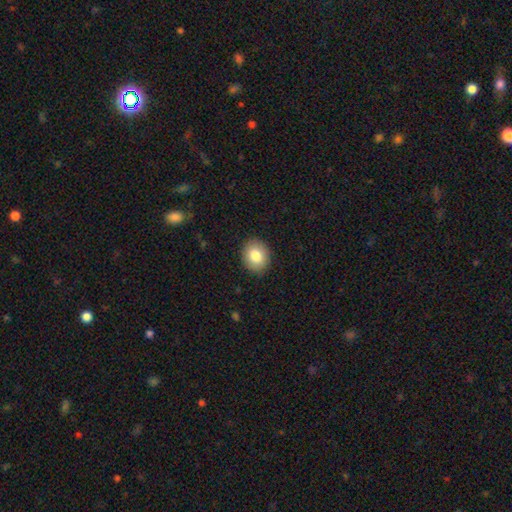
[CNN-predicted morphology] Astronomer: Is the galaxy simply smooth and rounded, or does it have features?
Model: smooth — 83%.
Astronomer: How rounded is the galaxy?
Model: round — 60% (runner-up: in between, 39%).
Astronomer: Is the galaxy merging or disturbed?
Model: none — 89%.